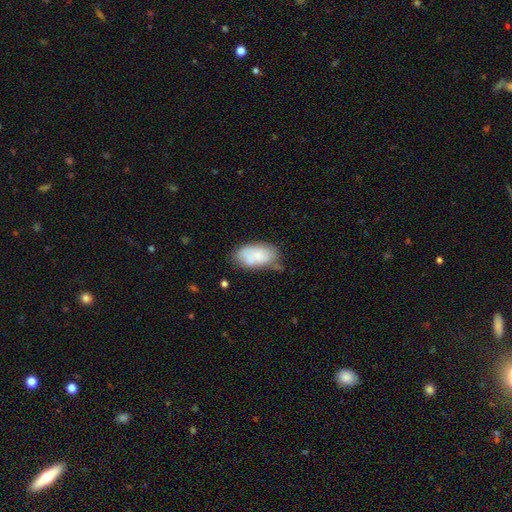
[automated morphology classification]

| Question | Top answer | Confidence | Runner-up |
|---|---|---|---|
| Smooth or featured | smooth | 70% | featured or disk (23%) |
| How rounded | in between | 94% | round (4%) |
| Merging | none | 50% | minor disturbance (31%) |